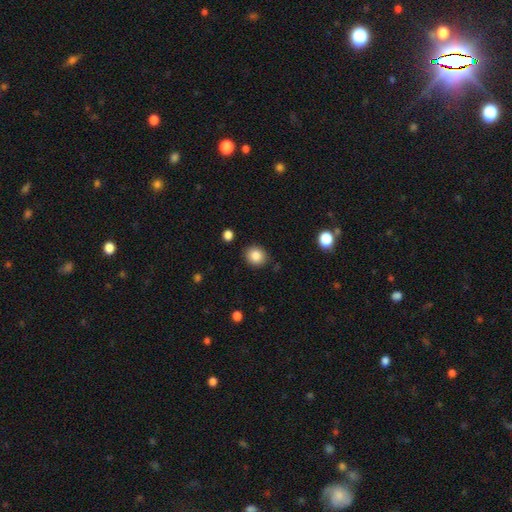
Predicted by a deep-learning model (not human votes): The model was most divided on "how rounded": round: 77%, in between: 22%, cigar-shaped: 1%. More confident: merging — none (88%); smooth or featured — smooth (86%).